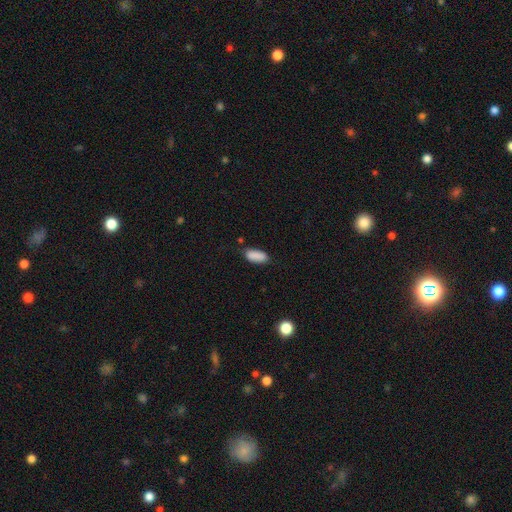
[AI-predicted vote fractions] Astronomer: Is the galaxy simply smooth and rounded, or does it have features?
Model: smooth — 88%.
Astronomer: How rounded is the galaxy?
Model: in between — 83%.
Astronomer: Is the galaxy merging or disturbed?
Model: none — 77%.